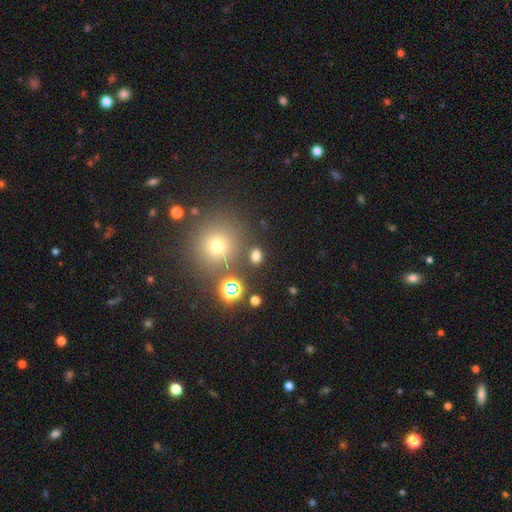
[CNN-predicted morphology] This is likely a smooth galaxy (69%). How rounded: possibly round (57%). Merging: clearly none (80%).